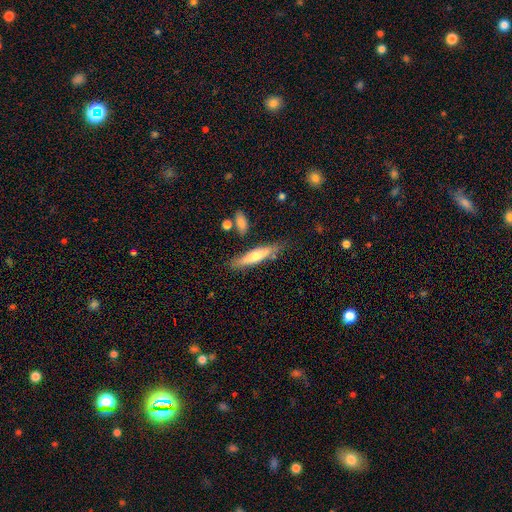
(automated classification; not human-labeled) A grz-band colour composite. It shows a smooth galaxy with no disk features (55%) that is cigar-shaped (81%). Merging: none (77%).